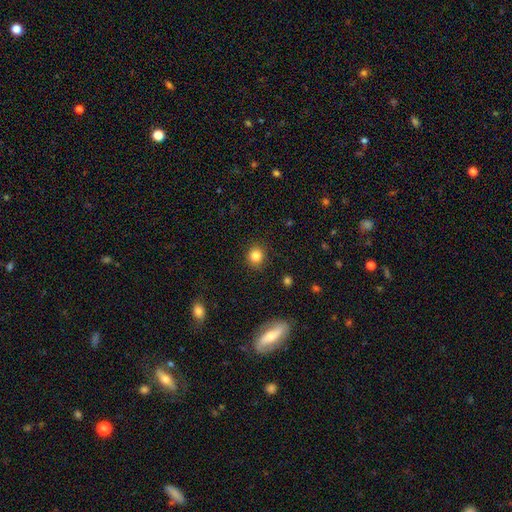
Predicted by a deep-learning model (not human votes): The model was most divided on "smooth or featured": smooth: 84%, star or artifact: 11%, featured or disk: 5%. More confident: merging — none (89%); how rounded — round (86%).